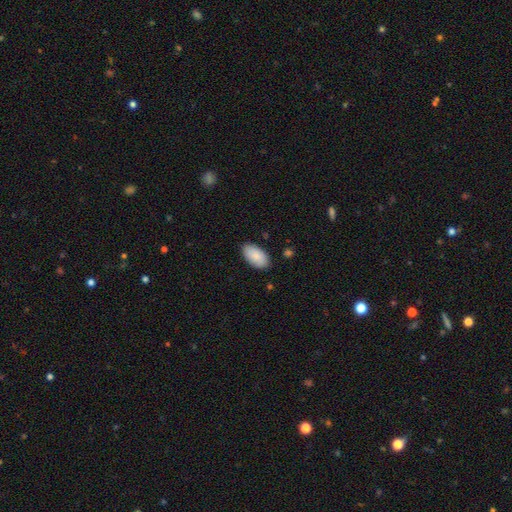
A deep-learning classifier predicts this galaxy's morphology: Smooth or featured: smooth — 89% (star or artifact — 6%)
How rounded: in between — 95% (round — 3%)
Merging: none — 86% (minor disturbance — 10%)